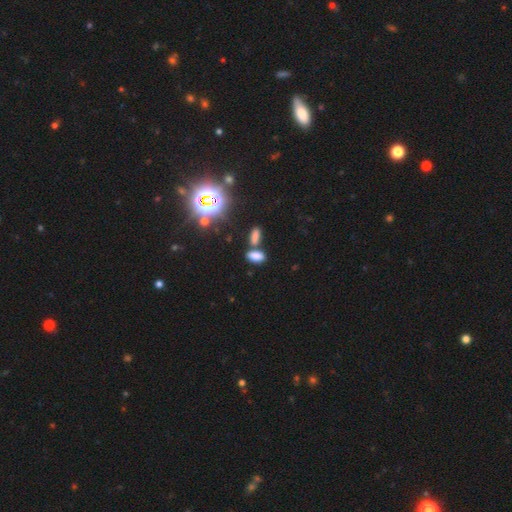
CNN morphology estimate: This is likely a smooth galaxy (73%). How rounded: clearly in between (87%). Merging: likely none (61%).